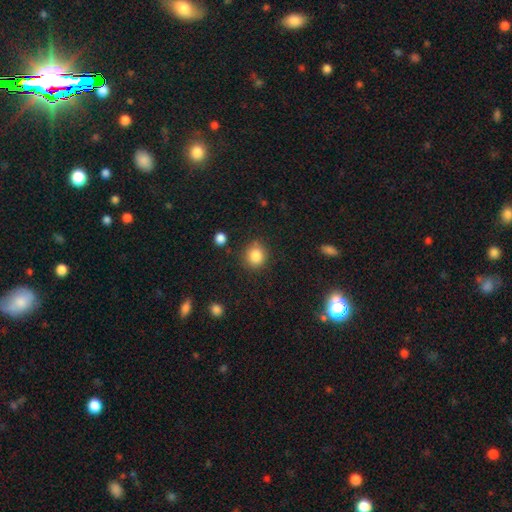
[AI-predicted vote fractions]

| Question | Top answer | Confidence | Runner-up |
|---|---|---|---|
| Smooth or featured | smooth | 85% | star or artifact (10%) |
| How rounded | round | 80% | in between (19%) |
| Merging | none | 83% | minor disturbance (11%) |